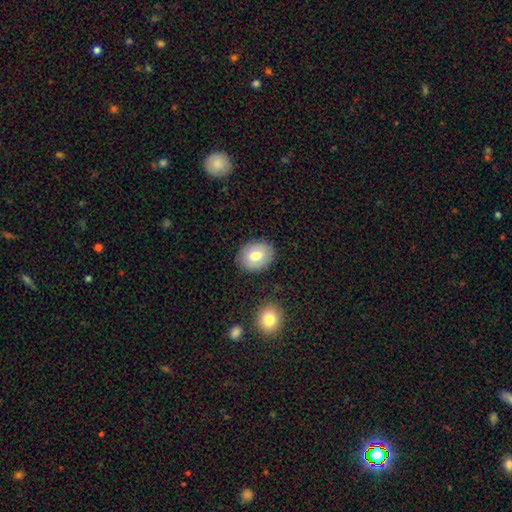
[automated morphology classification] The model was most divided on "how rounded": in between: 57%, round: 42%, cigar-shaped: 1%. More confident: merging — none (85%); smooth or featured — smooth (75%).